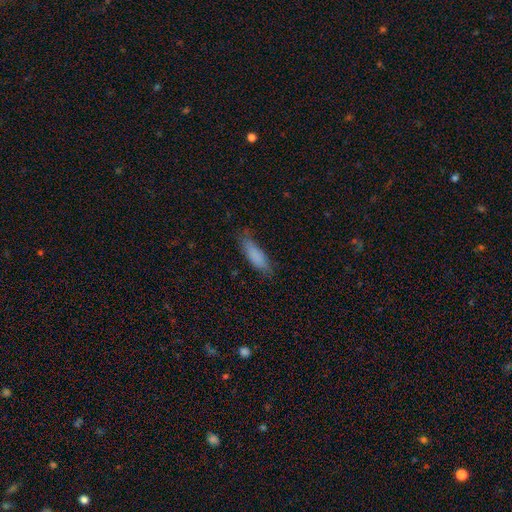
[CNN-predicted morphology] Smooth or featured? smooth (83%)
How rounded? cigar-shaped (53%)
Merging? none (69%)